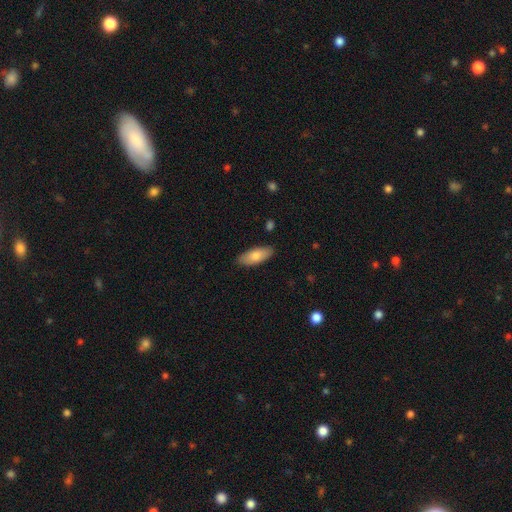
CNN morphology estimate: smooth-or-featured: smooth: 79% | featured or disk: 16% | star or artifact: 6%
  how-rounded: in between: 79% | cigar-shaped: 19% | round: 2%
  merging: none: 87% | minor disturbance: 10% | major disturbance: 2% | merger: 1%